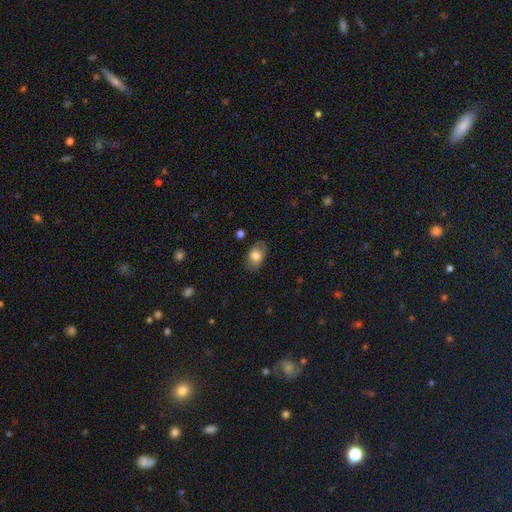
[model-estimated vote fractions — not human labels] A smooth galaxy with no disk features (77%) that is in between round and cigar-shaped (86%).

Vote fractions:
- Smooth or featured? smooth: 77% / featured or disk: 15% / star or artifact: 8%
- How rounded? in between: 86% / round: 12% / cigar-shaped: 1%
- Merging? none: 80% / minor disturbance: 15% / major disturbance: 3% / merger: 1%